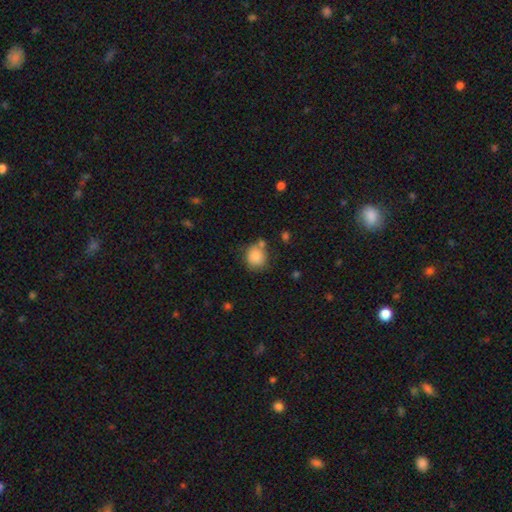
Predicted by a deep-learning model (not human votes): Overall: smooth (86%). How rounded: round (81%). Merging: none (66%).